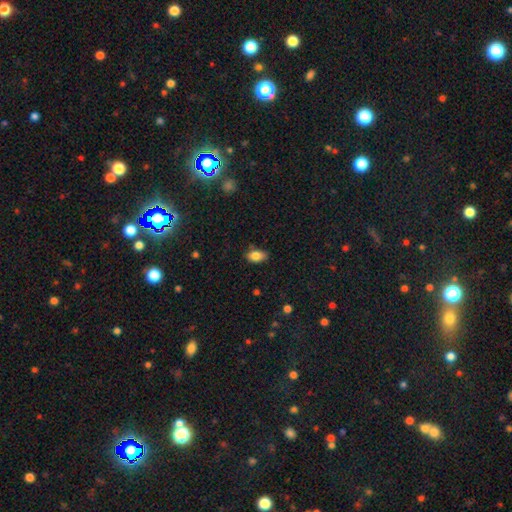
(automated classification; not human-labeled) Q: Smooth or featured?
A: smooth (83%); runner-up: featured or disk (9%)
Q: How rounded?
A: in between (91%); runner-up: round (6%)
Q: Merging?
A: none (79%); runner-up: minor disturbance (17%)